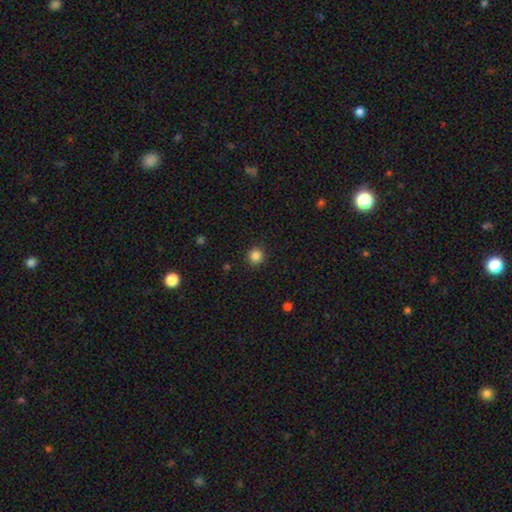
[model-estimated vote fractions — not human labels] smooth 85%, star or artifact 12%, featured or disk 4%. Down the decision tree: how rounded — round (95%); merging — none (91%).